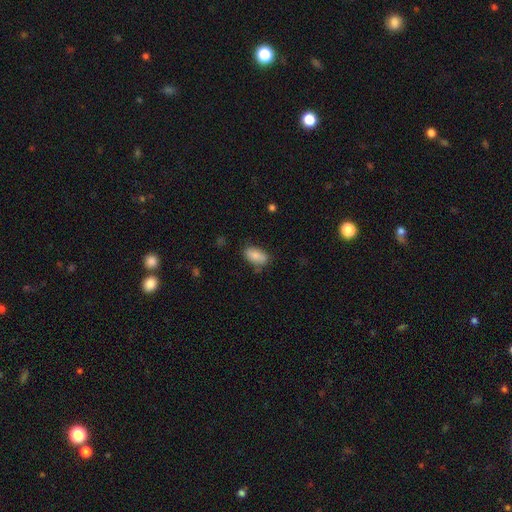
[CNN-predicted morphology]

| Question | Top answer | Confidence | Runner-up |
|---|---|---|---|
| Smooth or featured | smooth | 84% | featured or disk (9%) |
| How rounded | in between | 92% | round (4%) |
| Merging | none | 74% | minor disturbance (19%) |